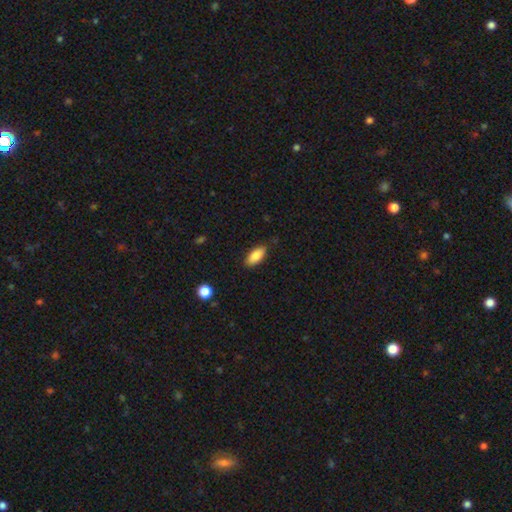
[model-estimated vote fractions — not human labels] This appears to be a smooth galaxy with no disk features (86%) that is in between round and cigar-shaped (88%). Merging: none (83%).